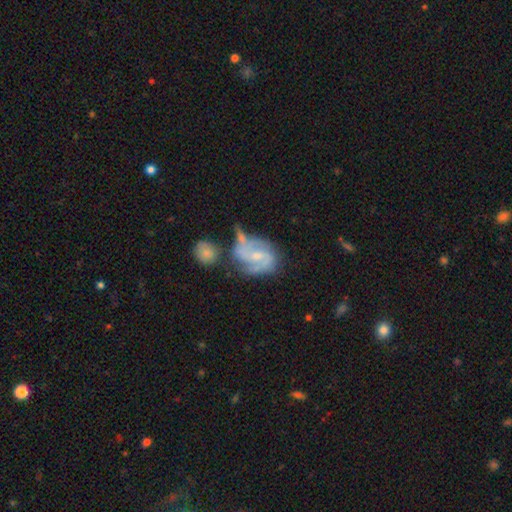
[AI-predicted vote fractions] A featured or disk galaxy (83%) with a weak bar (49%), 2 (70%) medium (51%) spiral arms (95%) and a small central bulge (58%). Merging: none (45%).